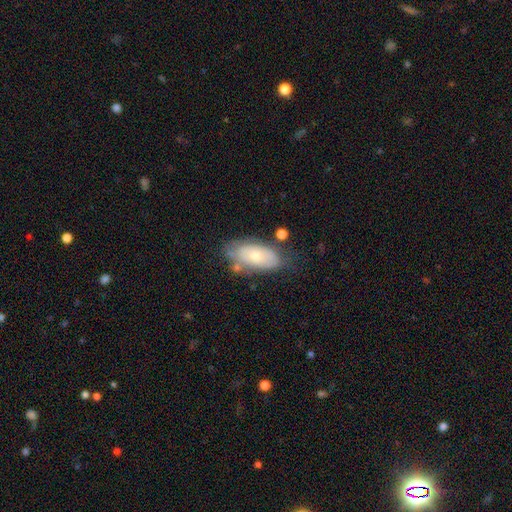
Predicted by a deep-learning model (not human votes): This is possibly a smooth galaxy (59%). How rounded: clearly in between (92%). Merging: possibly none (60%).